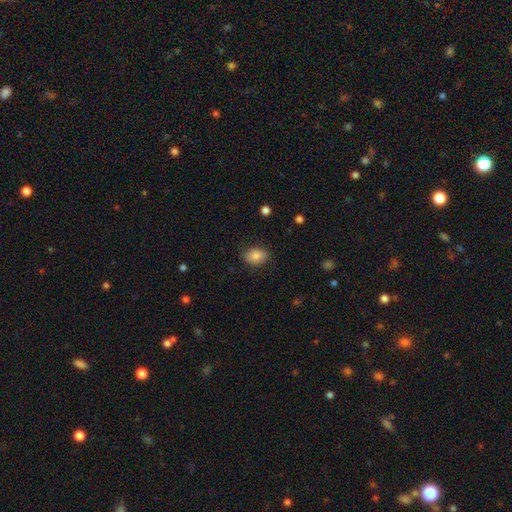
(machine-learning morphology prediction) type=smooth (83%); roundness=in between (78%); merging=none (83%).